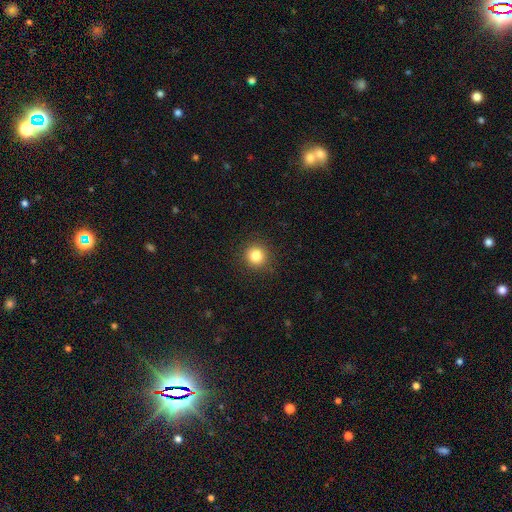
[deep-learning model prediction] This is clearly a smooth galaxy (84%). How rounded: clearly round (94%). Merging: clearly none (91%).